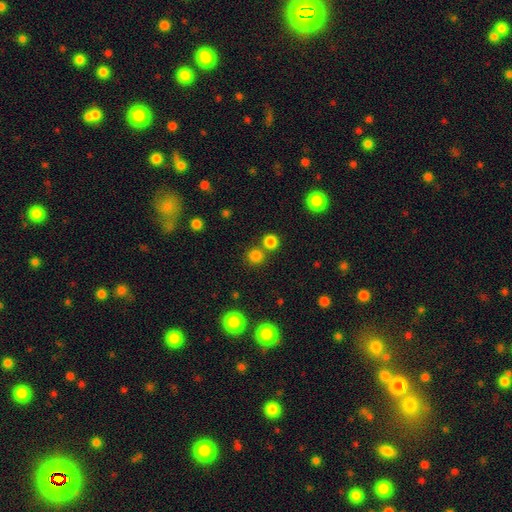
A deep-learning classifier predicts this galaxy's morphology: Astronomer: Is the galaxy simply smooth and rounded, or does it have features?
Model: smooth — 80%.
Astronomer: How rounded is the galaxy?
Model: round — 91%.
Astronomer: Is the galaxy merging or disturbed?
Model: none — 72%.